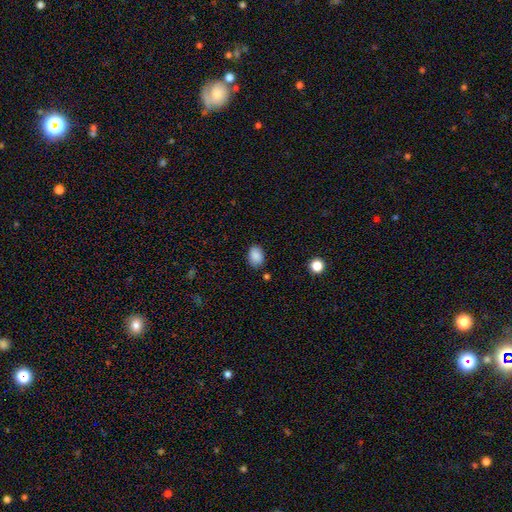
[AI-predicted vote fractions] A smooth galaxy with no disk features (88%) that is in between round and cigar-shaped (78%).

Vote fractions:
- Smooth or featured? smooth: 88% / star or artifact: 9% / featured or disk: 3%
- How rounded? in between: 78% / round: 21% / cigar-shaped: 1%
- Merging? none: 81% / minor disturbance: 13% / major disturbance: 3% / merger: 3%